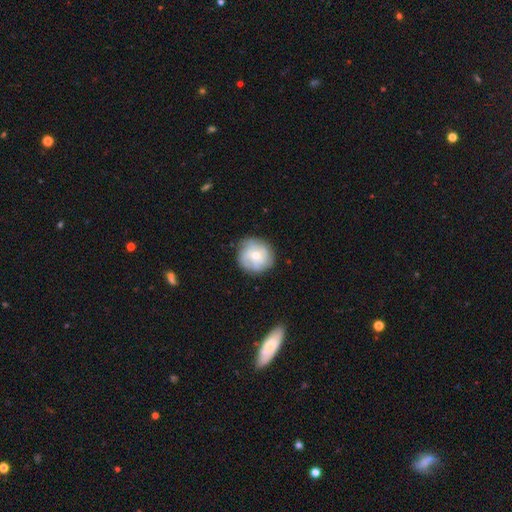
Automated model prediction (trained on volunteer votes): Overall: featured or disk (58%; smooth 34%). Edge-on disk: no (97%). Bar: no (75%). Spiral arms: yes (79%). Bulge size: moderate (59%; small 37%). Merging: none (80%).